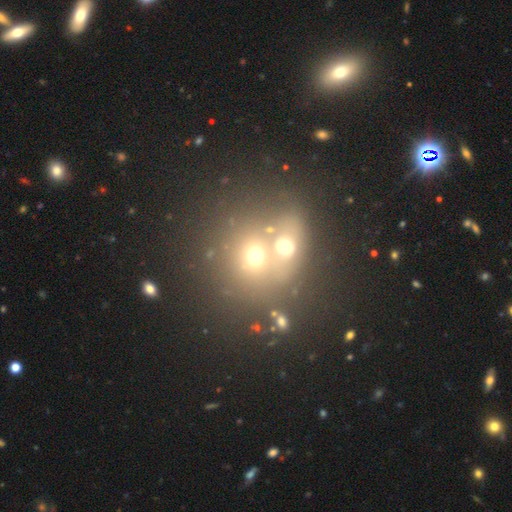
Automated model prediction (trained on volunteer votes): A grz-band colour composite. It shows a smooth galaxy with no disk features (51%) that is round (79%). Merging: merger (55%).